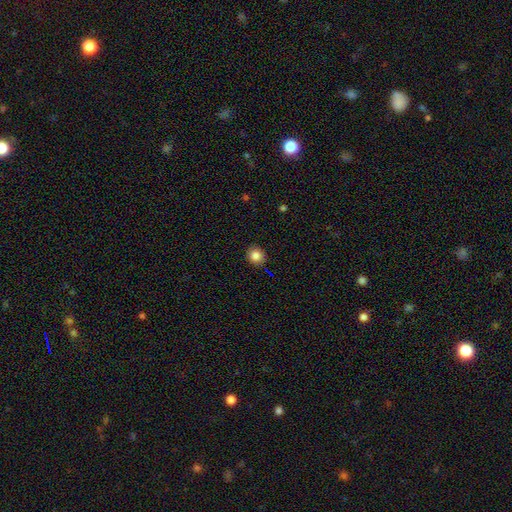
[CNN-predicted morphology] smooth-or-featured: smooth: 84% | star or artifact: 11% | featured or disk: 6%
  how-rounded: round: 87% | in between: 12% | cigar-shaped: 1%
  merging: none: 90% | minor disturbance: 7% | major disturbance: 2% | merger: 1%